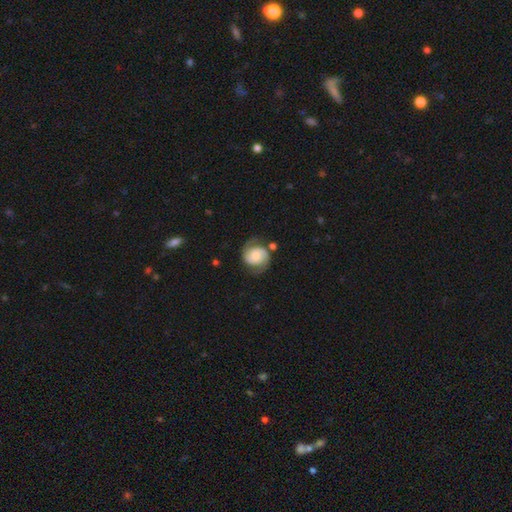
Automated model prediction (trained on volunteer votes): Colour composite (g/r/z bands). It shows a featured or disk galaxy (71%) with no bar (67%), 2 (90%) medium (45%) spiral arms (94%) and a small central bulge (42%). Merging: none (68%).